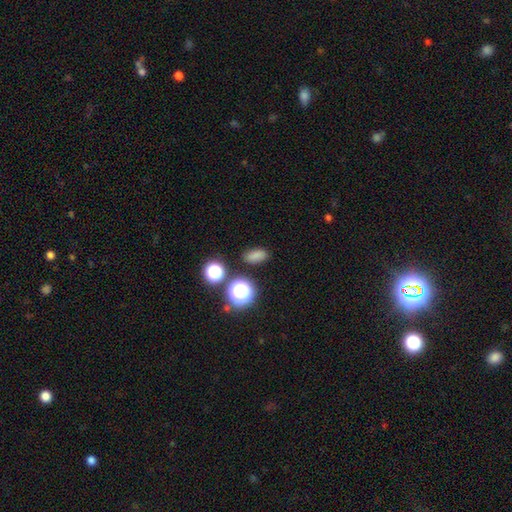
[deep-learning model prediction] This is likely a smooth galaxy (76%). How rounded: likely in between (78%). Merging: clearly none (82%).